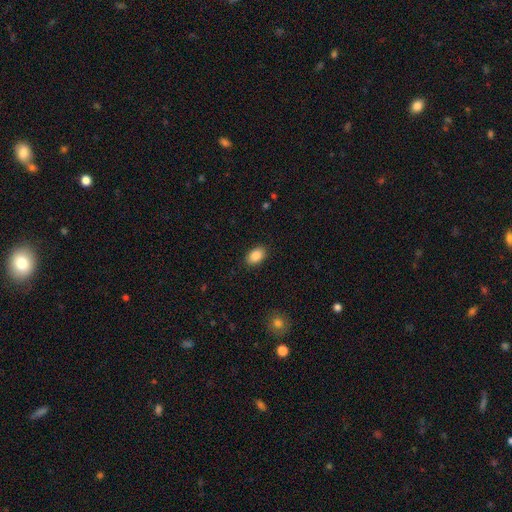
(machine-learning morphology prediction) Q: Smooth or featured?
A: smooth (88%); runner-up: star or artifact (8%)
Q: How rounded?
A: in between (88%); runner-up: round (11%)
Q: Merging?
A: none (89%); runner-up: minor disturbance (8%)